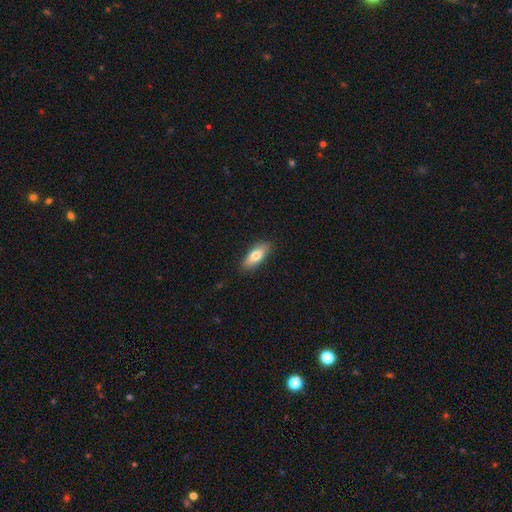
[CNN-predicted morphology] smooth-or-featured: smooth: 74% | featured or disk: 20% | star or artifact: 6%
  how-rounded: in between: 76% | cigar-shaped: 21% | round: 3%
  merging: none: 87% | minor disturbance: 10% | major disturbance: 2% | merger: 1%